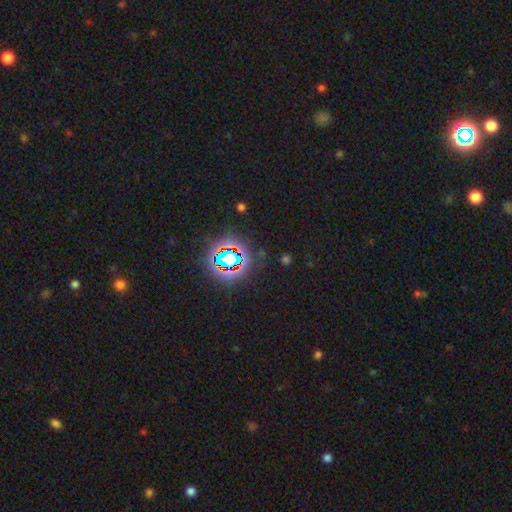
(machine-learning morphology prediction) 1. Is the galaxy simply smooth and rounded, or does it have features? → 80% star or artifact, 12% smooth, 7% featured or disk.